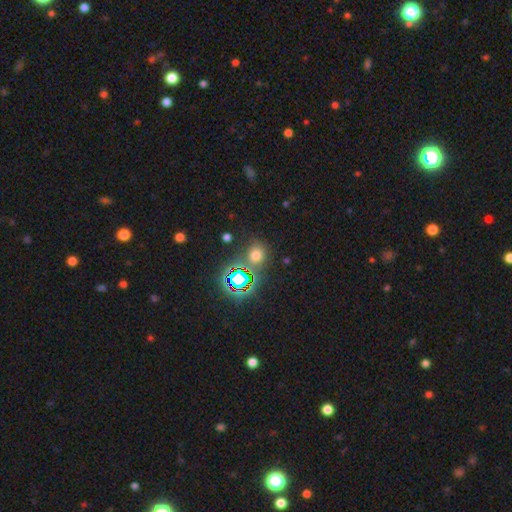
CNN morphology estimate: Q: Smooth or featured?
A: smooth (55%); runner-up: star or artifact (37%)
Q: How rounded?
A: round (76%); runner-up: in between (22%)
Q: Merging?
A: none (76%); runner-up: minor disturbance (12%)